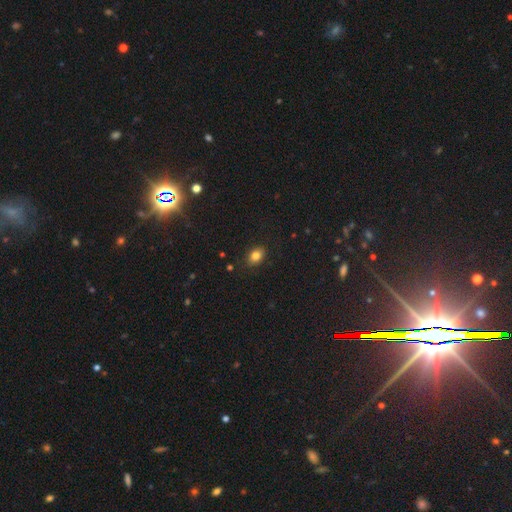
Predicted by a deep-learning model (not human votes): smooth_or_featured: smooth (p=0.82) [alt: star or artifact p=0.10]
how_rounded: in between (p=0.73) [alt: round p=0.25]
merging: none (p=0.86) [alt: minor disturbance p=0.10]